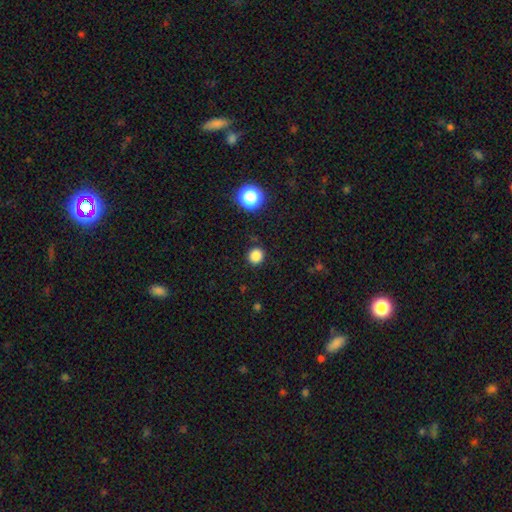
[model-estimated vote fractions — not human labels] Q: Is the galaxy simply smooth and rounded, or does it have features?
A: smooth — 83%.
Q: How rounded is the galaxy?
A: round — 92%.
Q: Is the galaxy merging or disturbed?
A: none — 90%.